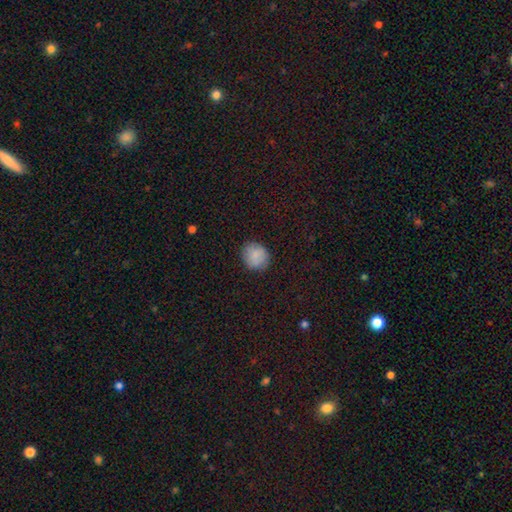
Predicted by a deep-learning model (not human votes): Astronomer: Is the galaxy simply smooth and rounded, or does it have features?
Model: smooth — 84%.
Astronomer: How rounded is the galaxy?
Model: round — 81%.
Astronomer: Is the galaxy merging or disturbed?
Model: none — 84%.